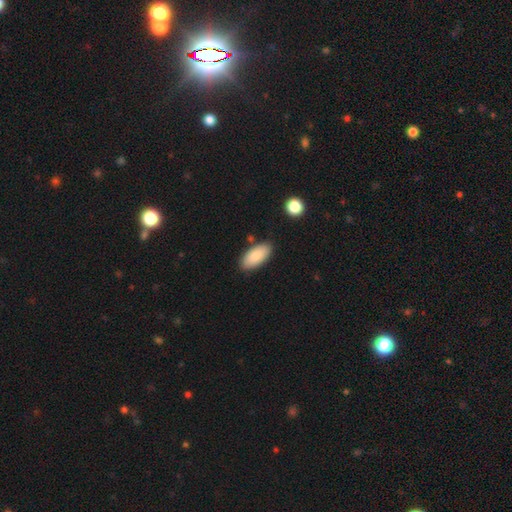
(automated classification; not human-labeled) smooth 86%, featured or disk 8%, star or artifact 6%. Down the decision tree: how rounded — in between (92%); merging — none (83%).